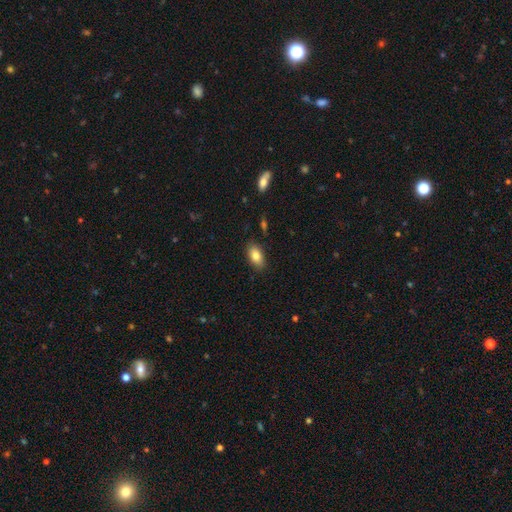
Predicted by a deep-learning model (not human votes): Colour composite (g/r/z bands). It shows a smooth galaxy with no disk features (82%) that is in between round and cigar-shaped (91%). Merging: none (86%).